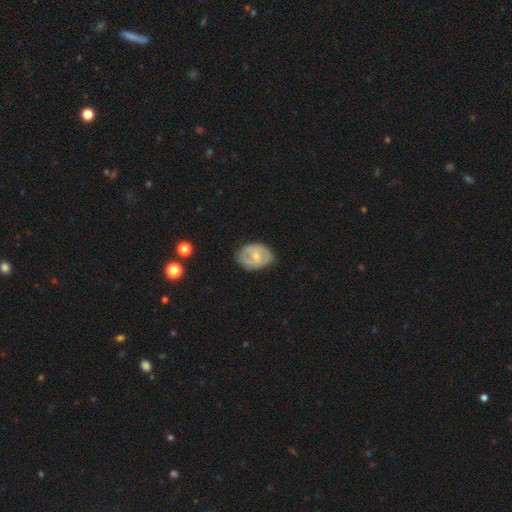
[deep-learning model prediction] Smooth or featured?
  - featured or disk: 56% *
  - smooth: 38%
  - star or artifact: 6%
Edge-on disk?
  - no: 96% *
  - yes: 4%
Bar?
  - no: 52% *
  - weak: 38%
  - strong: 11%
Spiral arms?
  - yes: 59% *
  - no: 41%
Bulge size?
  - small: 60% *
  - moderate: 36%
  - none: 2%
  - large: 1%
  - dominant: 1%
Merging?
  - none: 67% *
  - minor disturbance: 25%
  - major disturbance: 6%
  - merger: 2%